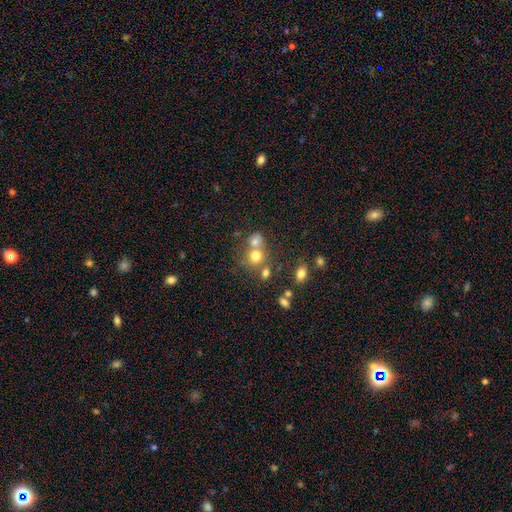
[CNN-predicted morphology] Q: Smooth or featured?
A: smooth (71%); runner-up: star or artifact (14%)
Q: How rounded?
A: round (78%); runner-up: in between (21%)
Q: Merging?
A: merger (46%); runner-up: none (40%)